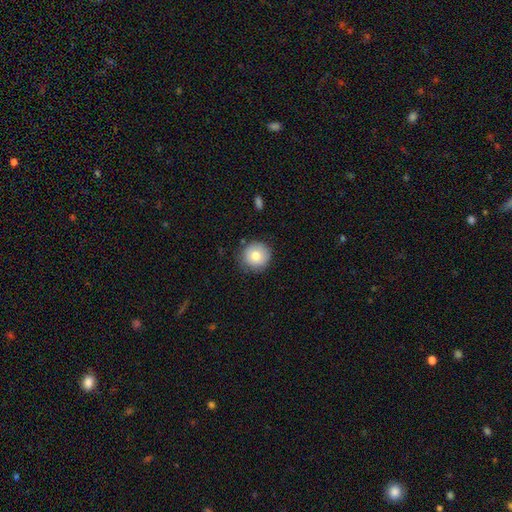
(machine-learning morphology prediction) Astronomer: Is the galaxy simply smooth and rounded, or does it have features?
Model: smooth — 77%.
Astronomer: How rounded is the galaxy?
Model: round — 94%.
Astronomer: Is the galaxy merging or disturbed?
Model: none — 84%.